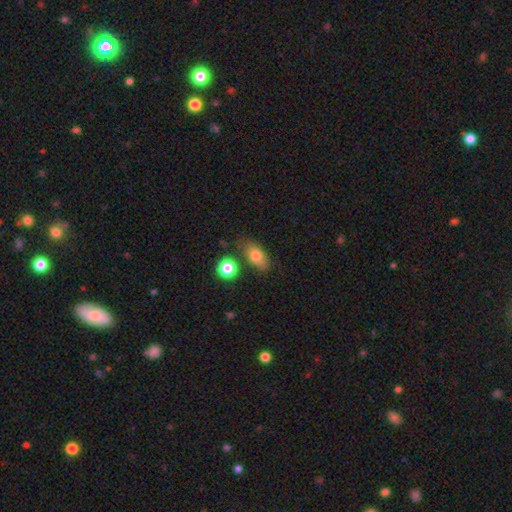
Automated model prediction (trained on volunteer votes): Overall: smooth (76%). How rounded: in between (80%). Merging: none (69%).